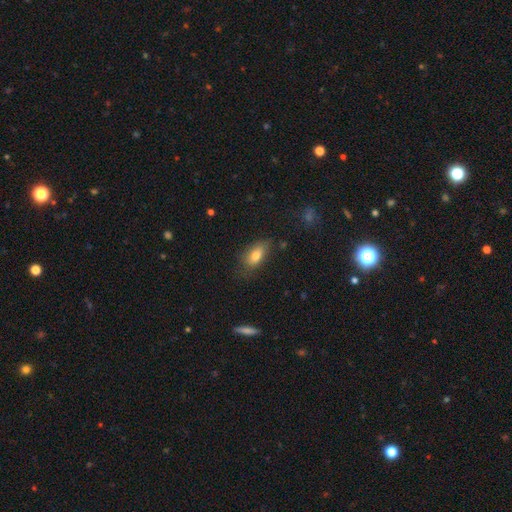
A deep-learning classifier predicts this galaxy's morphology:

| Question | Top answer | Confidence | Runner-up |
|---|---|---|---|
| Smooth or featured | smooth | 76% | featured or disk (14%) |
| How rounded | in between | 85% | cigar-shaped (8%) |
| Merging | none | 68% | minor disturbance (23%) |